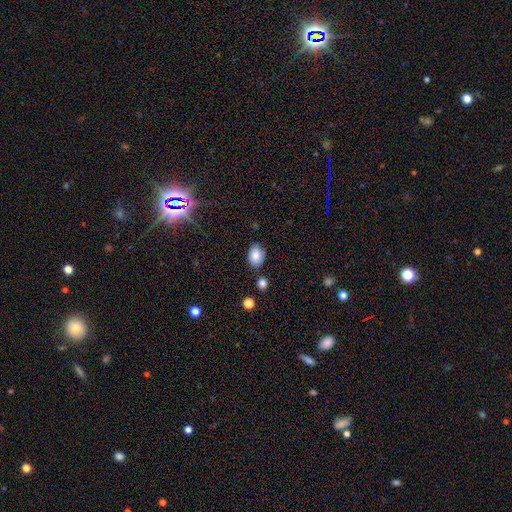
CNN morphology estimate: Smooth or featured: smooth — 82% (featured or disk — 9%)
How rounded: in between — 78% (round — 21%)
Merging: none — 79% (minor disturbance — 14%)